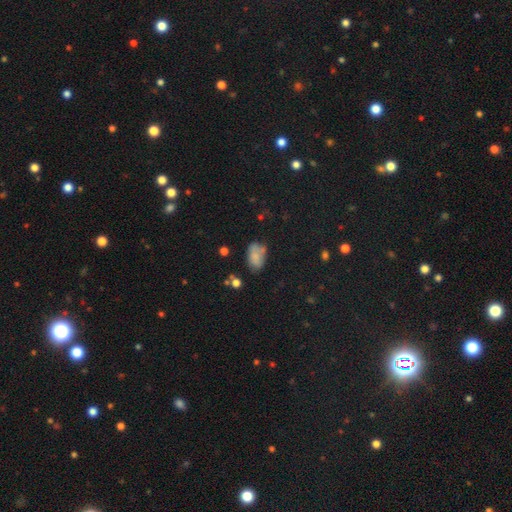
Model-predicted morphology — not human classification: This appears to be a smooth galaxy with no disk features (74%) that is in between round and cigar-shaped (90%). Merging: none (54%).